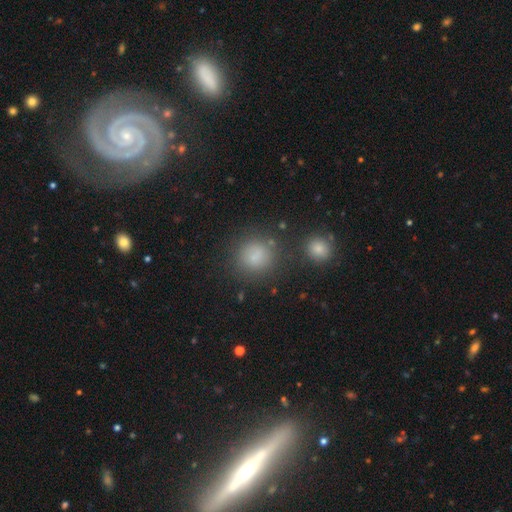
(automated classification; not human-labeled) A smooth galaxy with no disk features (78%) that is round (85%).

Vote fractions:
- Smooth or featured? smooth: 78% / star or artifact: 14% / featured or disk: 8%
- How rounded? round: 85% / in between: 14% / cigar-shaped: 1%
- Merging? none: 78% / minor disturbance: 11% / merger: 6% / major disturbance: 5%